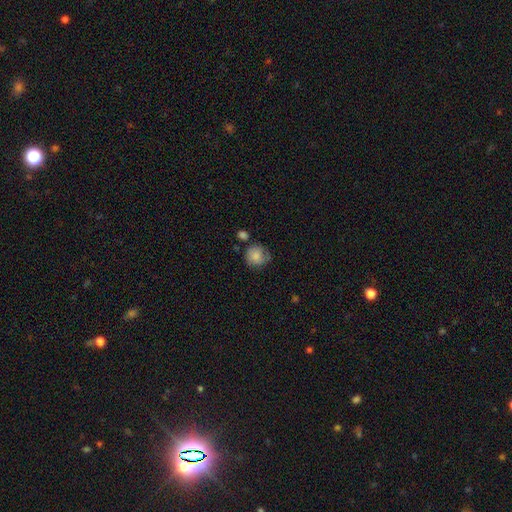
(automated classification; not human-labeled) smooth_or_featured: smooth (p=0.80) [alt: featured or disk p=0.12]
how_rounded: round (p=0.86) [alt: in between p=0.13]
merging: none (p=0.65) [alt: minor disturbance p=0.22]